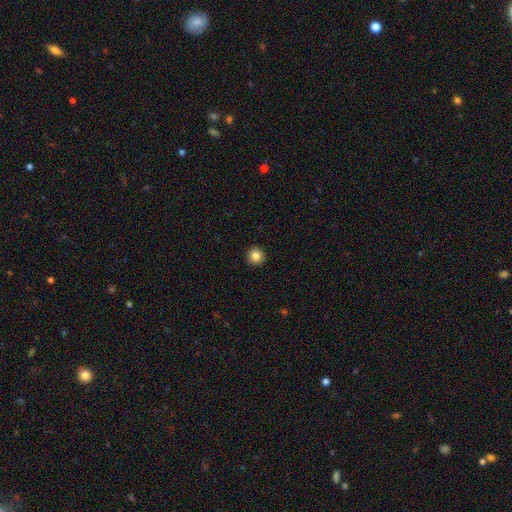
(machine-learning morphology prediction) smooth-or-featured: smooth: 84% | star or artifact: 10% | featured or disk: 6%
  how-rounded: round: 94% | in between: 5% | cigar-shaped: 1%
  merging: none: 93% | minor disturbance: 5% | major disturbance: 1% | merger: 1%